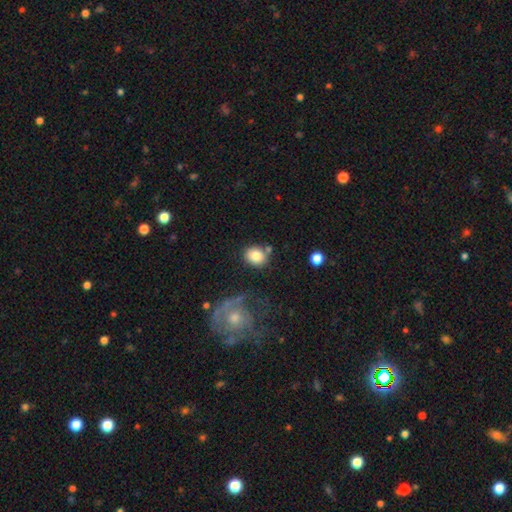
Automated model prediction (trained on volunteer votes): smooth_or_featured: smooth (p=0.83) [alt: featured or disk p=0.09]
how_rounded: round (p=0.63) [alt: in between p=0.36]
merging: none (p=0.71) [alt: minor disturbance p=0.13]